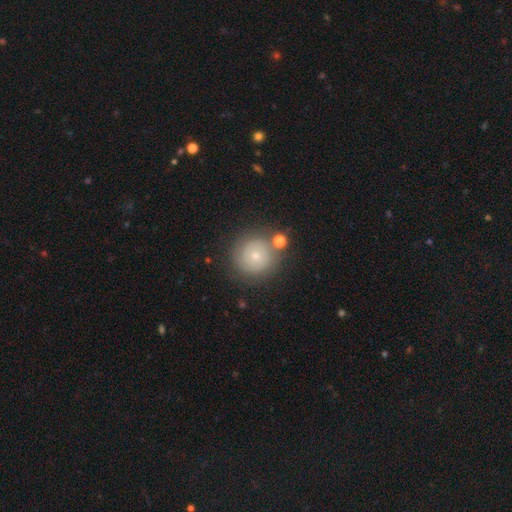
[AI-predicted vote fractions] This is possibly a smooth galaxy (52%). How rounded: clearly round (94%). Merging: likely none (79%).